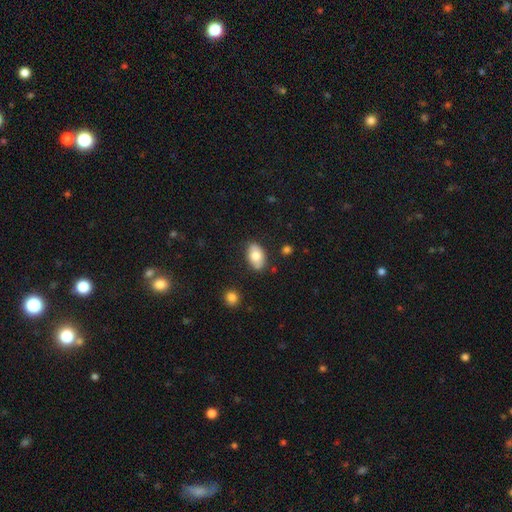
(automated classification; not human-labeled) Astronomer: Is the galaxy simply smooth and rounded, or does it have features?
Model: smooth — 75%.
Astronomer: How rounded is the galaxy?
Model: in between — 91%.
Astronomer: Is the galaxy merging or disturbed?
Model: none — 81%.